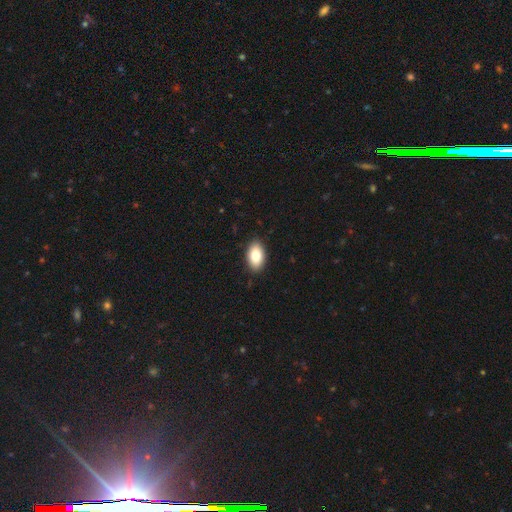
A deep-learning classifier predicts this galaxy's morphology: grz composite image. It shows a smooth galaxy with no disk features (84%) that is in between round and cigar-shaped (93%). Merging: none (88%).